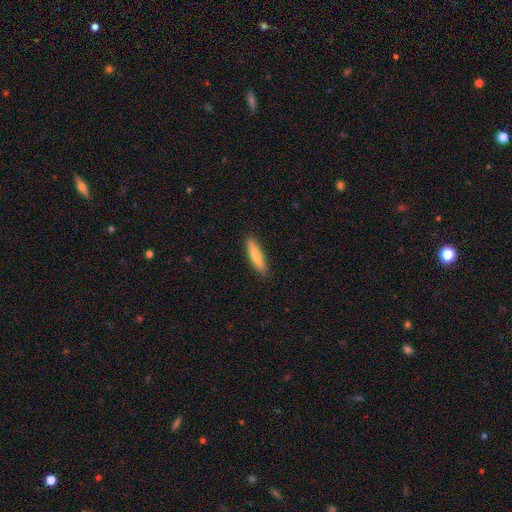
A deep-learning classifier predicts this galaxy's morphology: Overall: smooth (79%). How rounded: cigar-shaped (82%). Merging: none (88%).